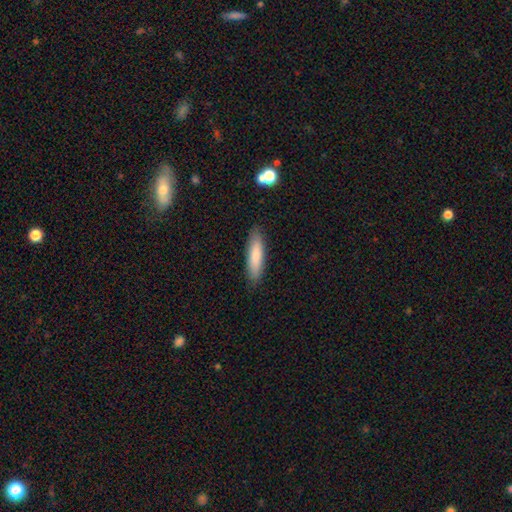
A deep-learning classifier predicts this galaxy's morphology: Smooth or featured?
  - smooth: 80% *
  - featured or disk: 14%
  - star or artifact: 6%
How rounded?
  - cigar-shaped: 73% *
  - in between: 26%
  - round: 1%
Merging?
  - none: 87% *
  - minor disturbance: 10%
  - major disturbance: 2%
  - merger: 1%